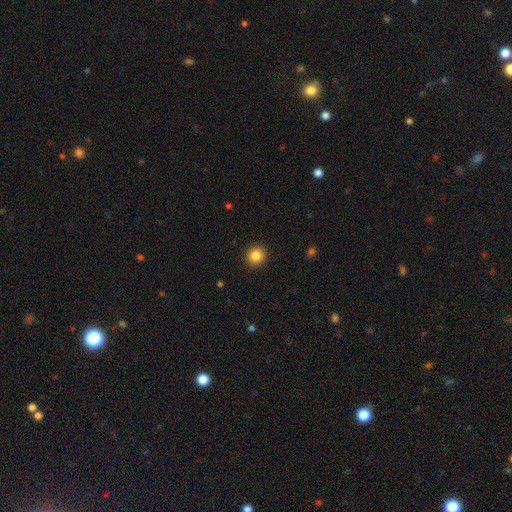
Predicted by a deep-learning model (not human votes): Smooth or featured: smooth — 86% (star or artifact — 10%)
How rounded: round — 91% (in between — 8%)
Merging: none — 92% (minor disturbance — 5%)